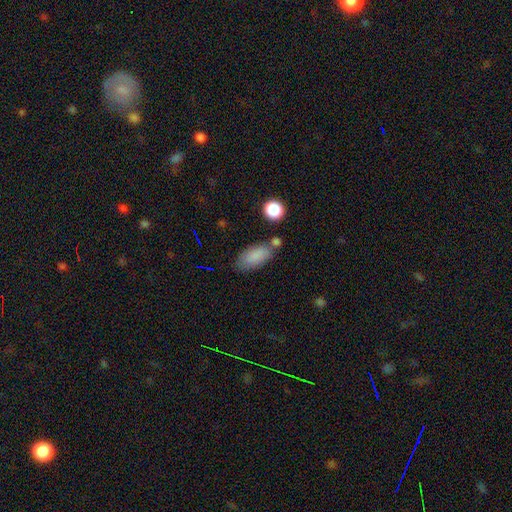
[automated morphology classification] type=smooth (85%); roundness=in between (89%); merging=none (65%).